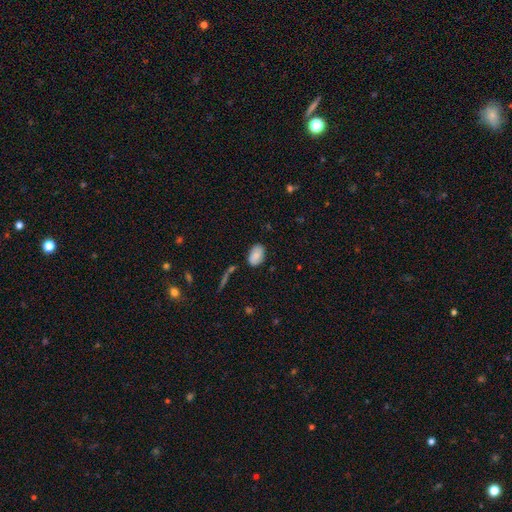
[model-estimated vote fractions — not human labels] Smooth or featured?
  - smooth: 84% *
  - featured or disk: 8%
  - star or artifact: 8%
How rounded?
  - in between: 91% *
  - round: 7%
  - cigar-shaped: 1%
Merging?
  - none: 81% *
  - minor disturbance: 13%
  - merger: 3%
  - major disturbance: 3%